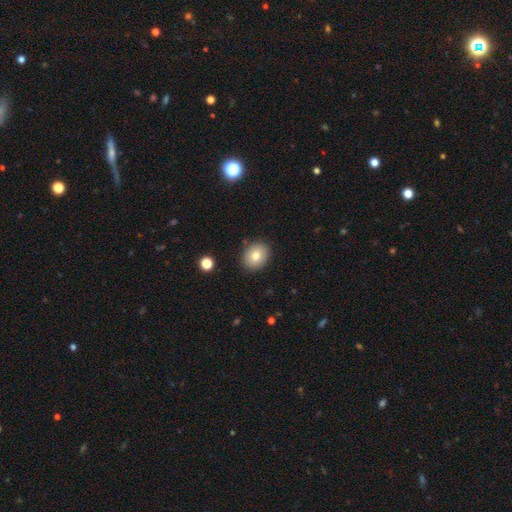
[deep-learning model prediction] A smooth galaxy with no disk features (79%) that is round (50%). Merging: none (87%).